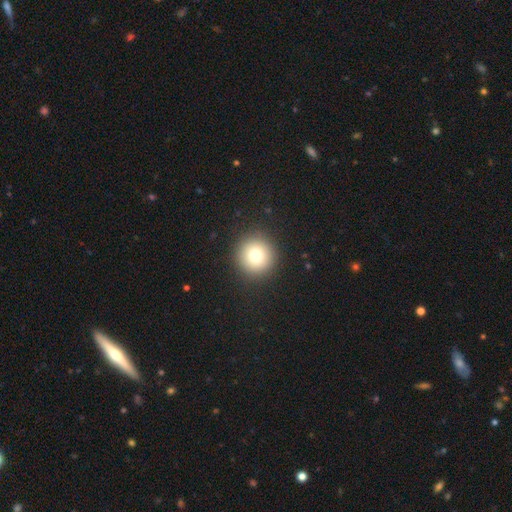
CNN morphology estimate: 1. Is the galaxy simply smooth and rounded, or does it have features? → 76% smooth, 12% star or artifact, 11% featured or disk.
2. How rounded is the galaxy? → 95% round, 4% in between, 1% cigar-shaped.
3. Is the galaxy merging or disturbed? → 92% none, 5% minor disturbance, 2% major disturbance, 1% merger.